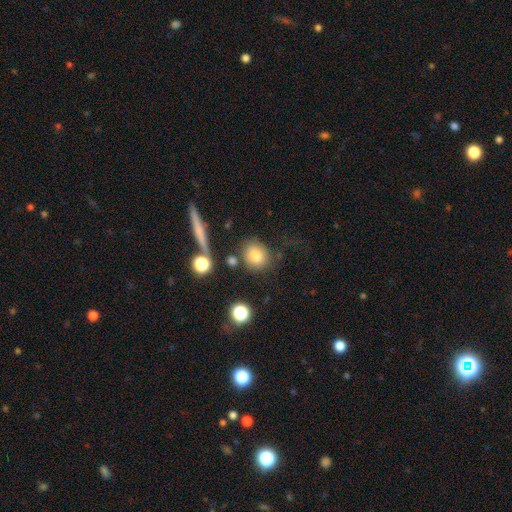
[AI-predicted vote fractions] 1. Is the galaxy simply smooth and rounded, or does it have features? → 79% smooth, 11% star or artifact, 10% featured or disk.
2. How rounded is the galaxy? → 74% round, 24% in between, 2% cigar-shaped.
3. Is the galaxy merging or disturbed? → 72% none, 14% minor disturbance, 8% merger, 6% major disturbance.